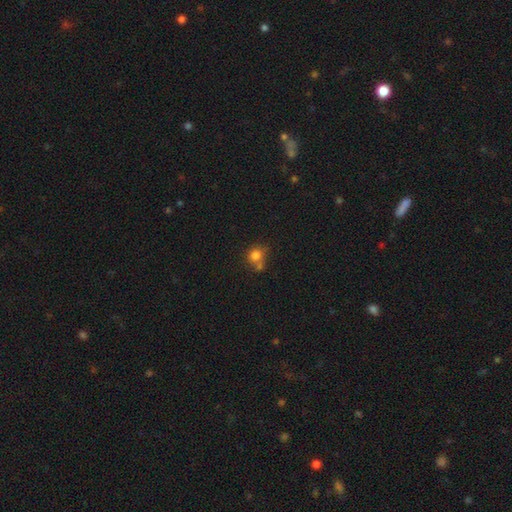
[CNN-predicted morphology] Smooth or featured? smooth (79%)
How rounded? round (79%)
Merging? none (50%)